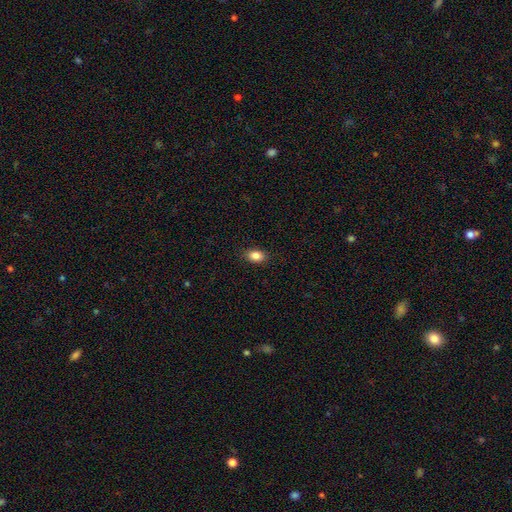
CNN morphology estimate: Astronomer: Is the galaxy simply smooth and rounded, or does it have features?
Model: smooth — 86%.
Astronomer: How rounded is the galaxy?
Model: in between — 82%.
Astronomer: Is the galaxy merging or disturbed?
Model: none — 89%.